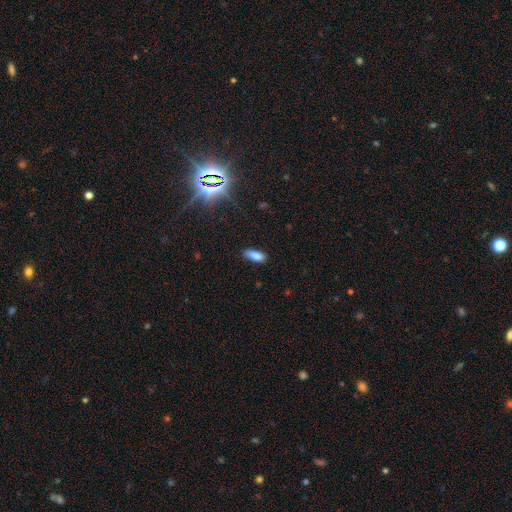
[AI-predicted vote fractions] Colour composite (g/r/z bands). It shows a smooth galaxy with no disk features (83%) that is in between round and cigar-shaped (71%). Merging: none (75%).